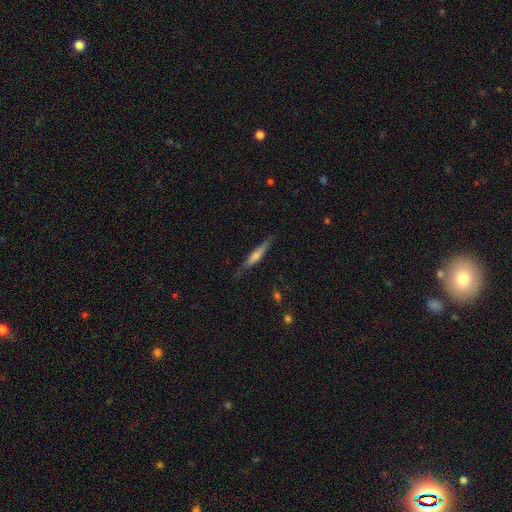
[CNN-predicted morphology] This appears to be a featured or disk galaxy (59%) viewed edge-on (95%) with a rounded central bulge (66%). Merging: none (79%).